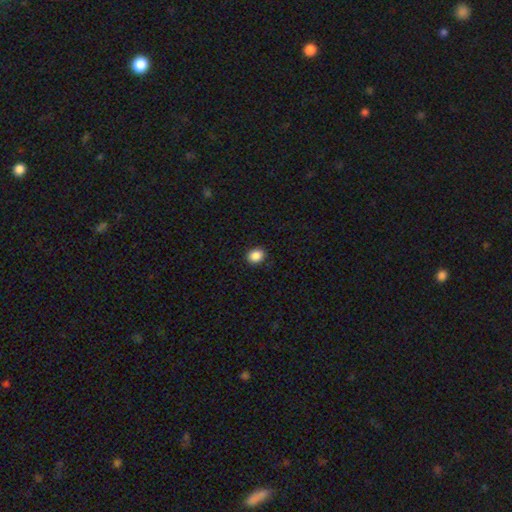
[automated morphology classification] The model was most divided on "how rounded": round: 60%, in between: 39%, cigar-shaped: 1%. More confident: merging — none (91%); smooth or featured — smooth (89%).